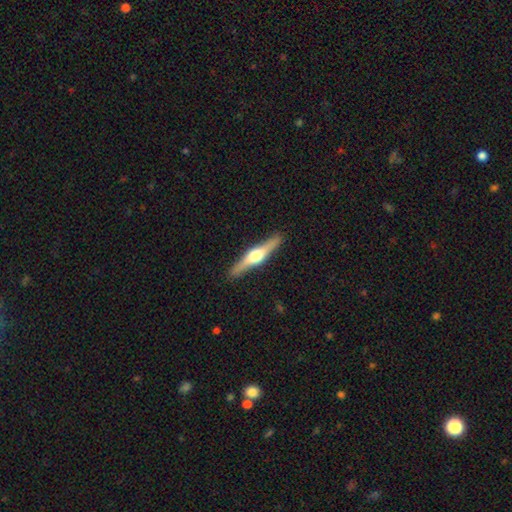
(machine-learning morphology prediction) This is likely a featured or disk galaxy (74%). It is clearly viewed edge-on (97%). Edge-on bulge: clearly rounded (94%). Merging: clearly none (91%).